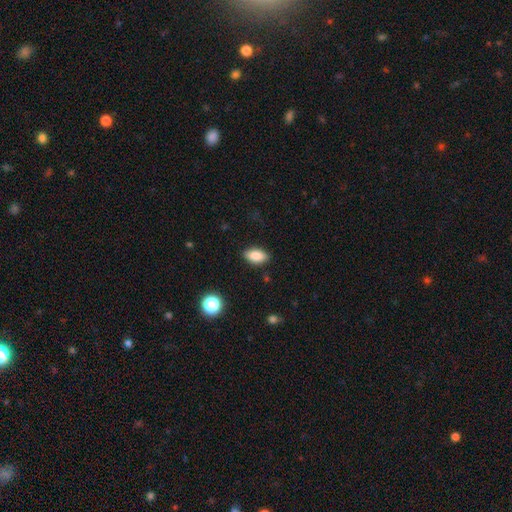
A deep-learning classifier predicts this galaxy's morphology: Overall: smooth (84%). How rounded: in between (89%). Merging: none (87%).